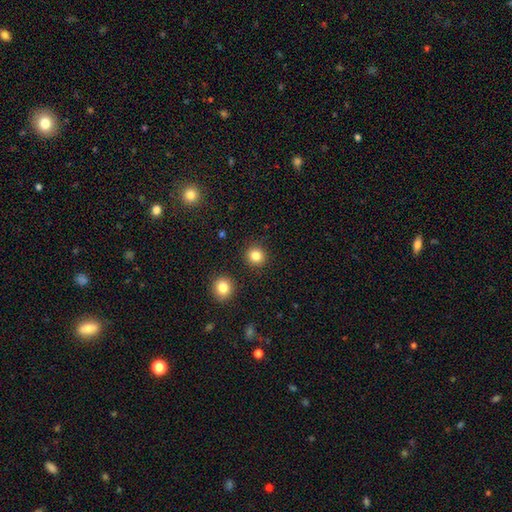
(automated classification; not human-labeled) Smooth or featured? smooth (84%)
How rounded? round (91%)
Merging? none (90%)